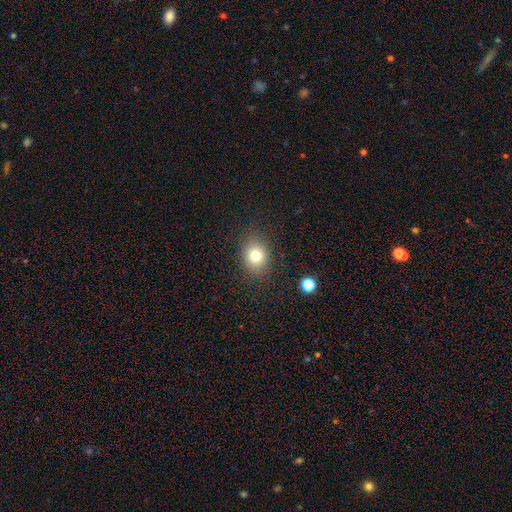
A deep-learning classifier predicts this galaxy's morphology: Smooth or featured?
  - smooth: 77% *
  - star or artifact: 13%
  - featured or disk: 10%
How rounded?
  - round: 63% *
  - in between: 36%
  - cigar-shaped: 1%
Merging?
  - none: 85% *
  - minor disturbance: 10%
  - major disturbance: 3%
  - merger: 1%